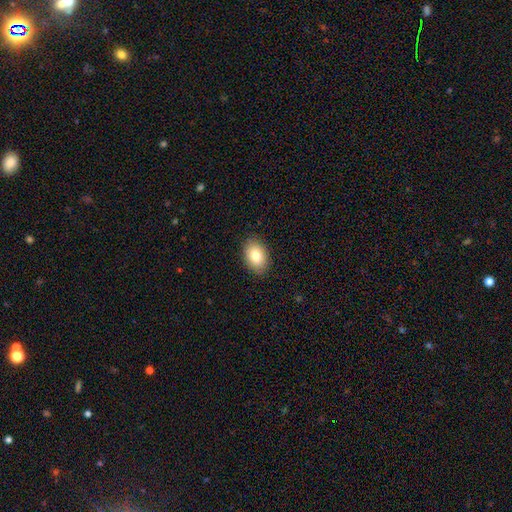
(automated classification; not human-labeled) Smooth or featured? smooth (83%)
How rounded? in between (85%)
Merging? none (88%)